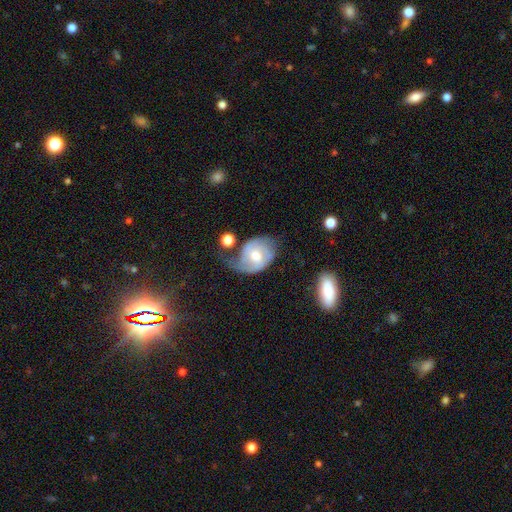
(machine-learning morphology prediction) Smooth or featured? Predicted: featured or disk (p=0.73). Edge-on disk? Predicted: no (p=0.97). Bar? Predicted: no (p=0.59). Spiral arms? Predicted: yes (p=0.90). Spiral winding? Predicted: medium (p=0.41, tied with tight). Spiral arm count? Predicted: 2 (p=0.61). Bulge size? Predicted: moderate (p=0.67). Merging? Predicted: none (p=0.37).